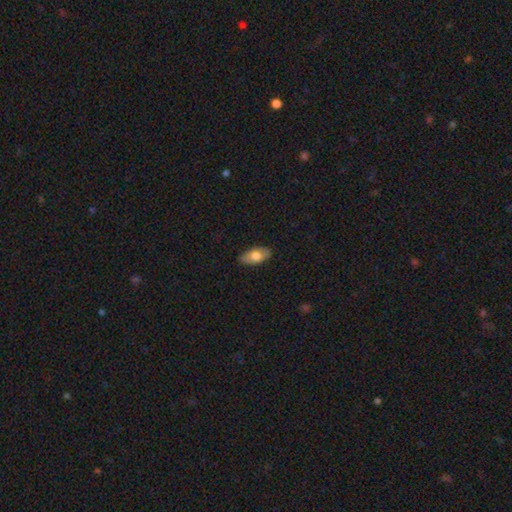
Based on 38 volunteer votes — smooth 79%, featured or disk 18%, star or artifact 3%. Down the decision tree: how rounded — in between (87%); merging — none (95%).